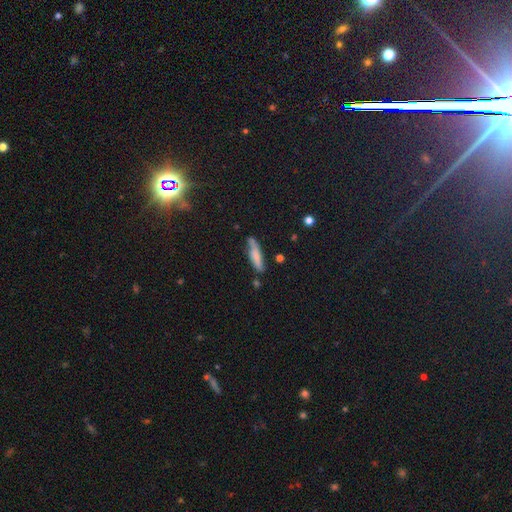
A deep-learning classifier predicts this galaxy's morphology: The model was most divided on "merging": none: 65%, minor disturbance: 24%, merger: 6%, major disturbance: 6%. More confident: how rounded — cigar-shaped (77%); smooth or featured — smooth (68%).